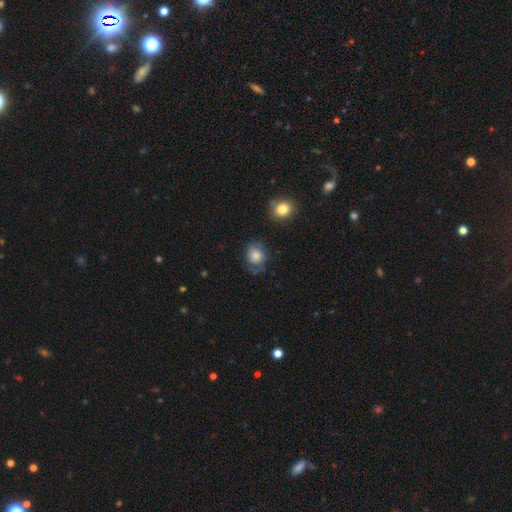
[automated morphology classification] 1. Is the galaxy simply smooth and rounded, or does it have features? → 61% smooth, 30% featured or disk, 9% star or artifact.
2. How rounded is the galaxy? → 65% round, 34% in between, 1% cigar-shaped.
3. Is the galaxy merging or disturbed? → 57% none, 25% minor disturbance, 15% major disturbance, 3% merger.